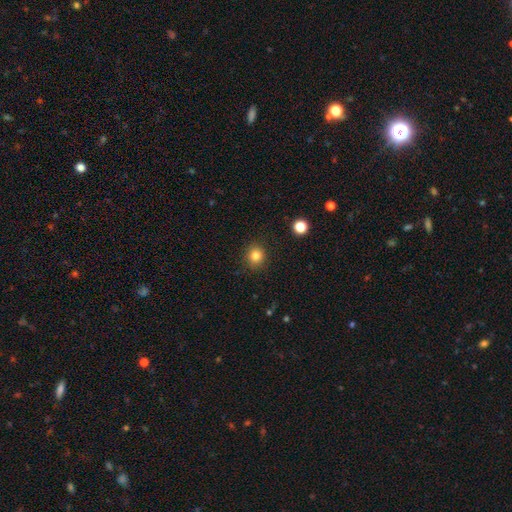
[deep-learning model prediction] Smooth or featured? Predicted: smooth (p=0.82). How rounded? Predicted: round (p=0.86). Merging? Predicted: none (p=0.90).